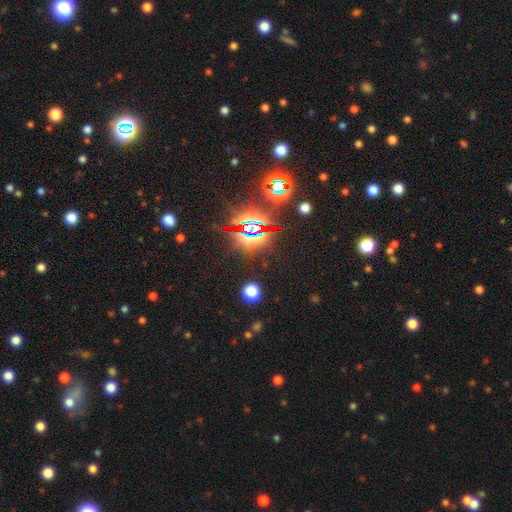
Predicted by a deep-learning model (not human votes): This appears to be a star or artifact, not a galaxy (80%).